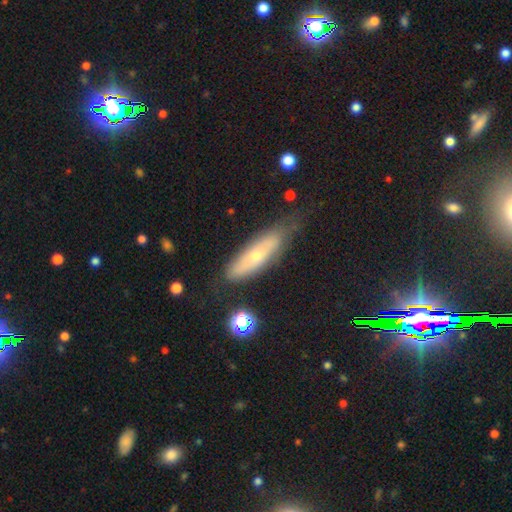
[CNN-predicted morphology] The model was most divided on "smooth or featured": smooth: 47%, featured or disk: 45%, star or artifact: 8%. More confident: merging — none (60%).